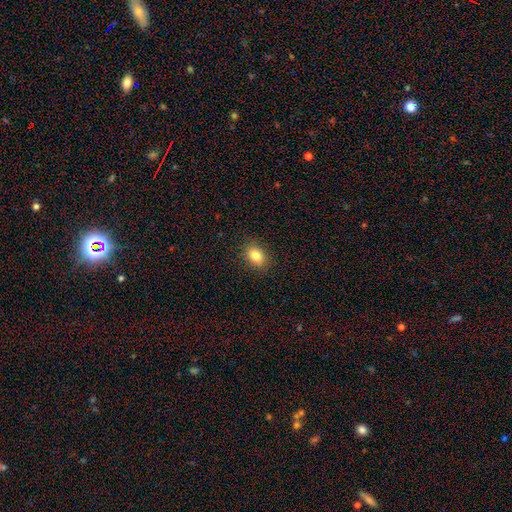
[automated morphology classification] smooth 83%, star or artifact 10%, featured or disk 8%. Down the decision tree: how rounded — in between (69%); merging — none (88%).